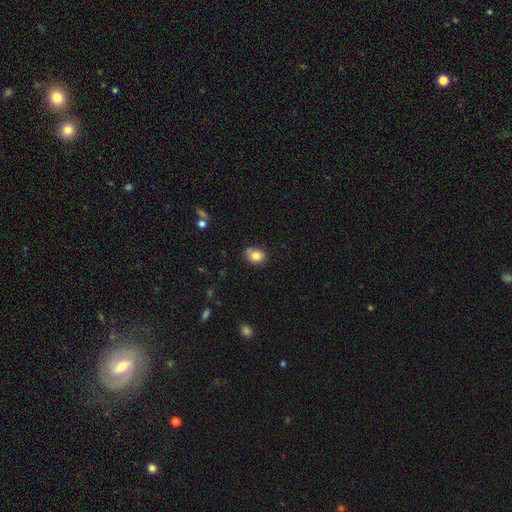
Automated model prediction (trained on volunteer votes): This is clearly a smooth galaxy (83%). How rounded: likely in between (66%). Merging: likely none (69%).